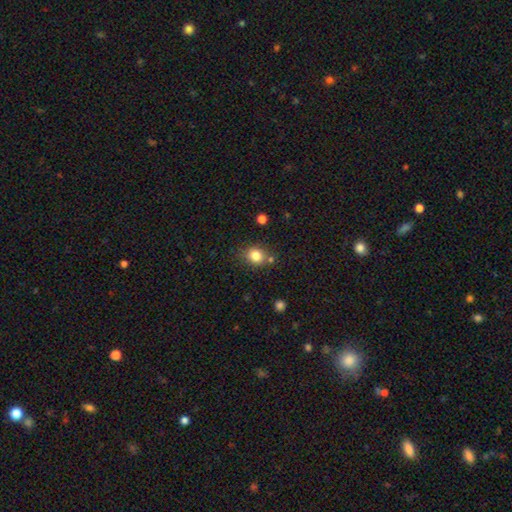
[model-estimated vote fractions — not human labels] smooth 82%, star or artifact 11%, featured or disk 7%. Down the decision tree: how rounded — round (71%); merging — none (74%).